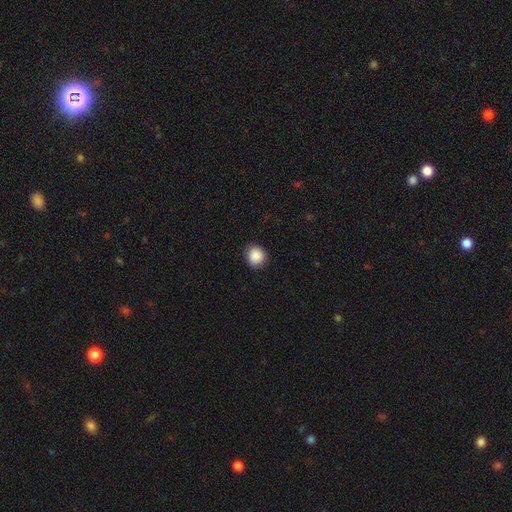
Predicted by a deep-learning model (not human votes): Morphology: type=smooth (89%); roundness=round (90%); merging=none (89%).